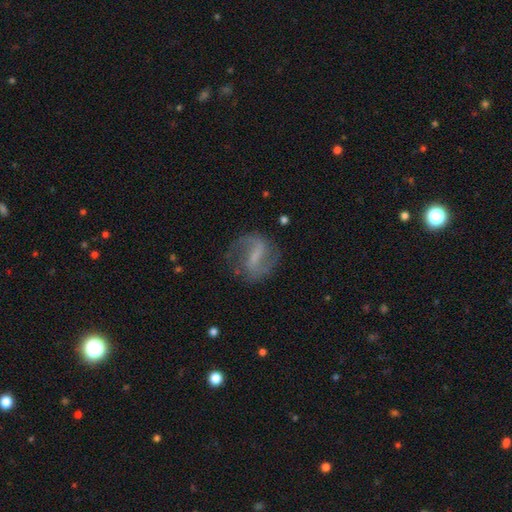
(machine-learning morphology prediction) The model was most divided on "bulge size": none: 43%, small: 34%, moderate: 17%, large: 4%, dominant: 1%. Remaining: edge-on disk — no (96%); spiral arms — yes (90%); spiral arm count — 2 (88%); smooth or featured — featured or disk (79%); merging — none (74%); bar — strong (51%); spiral winding — medium (48%).